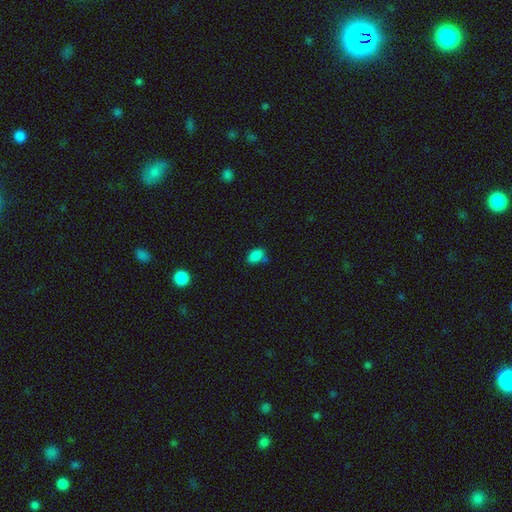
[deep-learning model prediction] This is clearly a smooth galaxy (85%). How rounded: clearly in between (85%). Merging: likely none (61%).